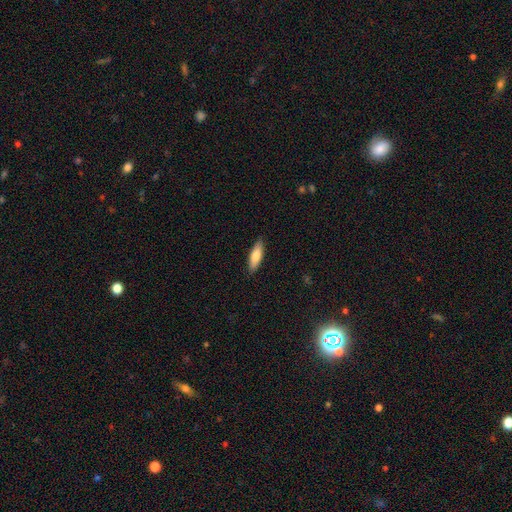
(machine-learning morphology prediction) Smooth or featured?
  - smooth: 79% *
  - featured or disk: 15%
  - star or artifact: 6%
How rounded?
  - cigar-shaped: 52% *
  - in between: 46%
  - round: 2%
Merging?
  - none: 88% *
  - minor disturbance: 9%
  - major disturbance: 2%
  - merger: 1%